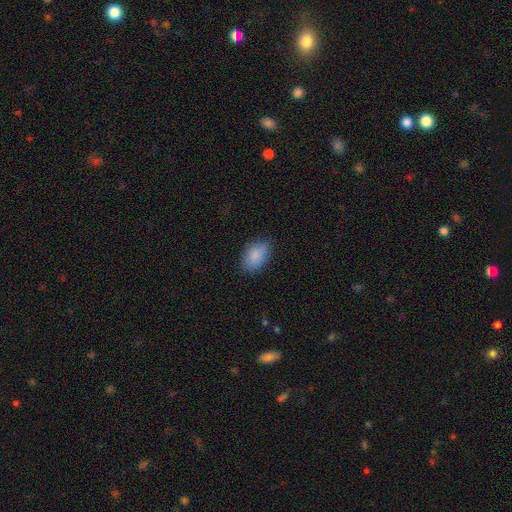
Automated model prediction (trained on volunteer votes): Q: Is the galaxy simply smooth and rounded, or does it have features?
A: smooth — 86%.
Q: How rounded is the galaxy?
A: in between — 90%.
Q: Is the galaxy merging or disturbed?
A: none — 79%.